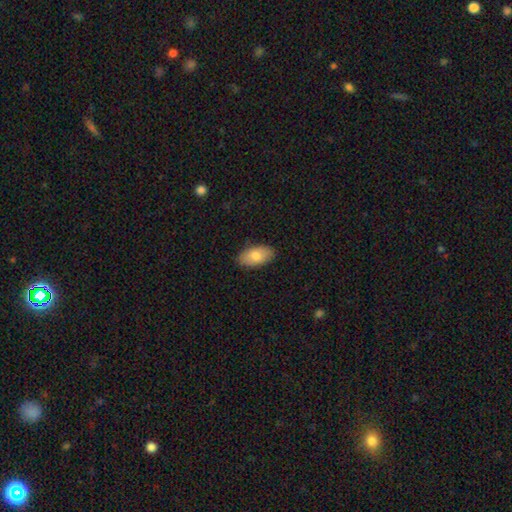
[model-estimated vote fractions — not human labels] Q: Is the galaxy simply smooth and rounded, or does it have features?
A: smooth — 80%.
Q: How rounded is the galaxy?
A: in between — 94%.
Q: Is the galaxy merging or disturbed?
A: none — 87%.